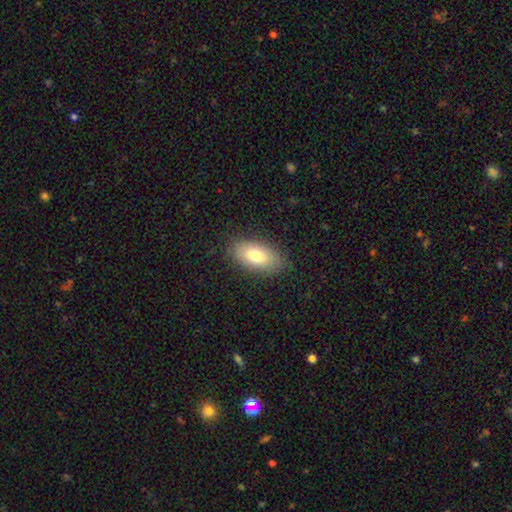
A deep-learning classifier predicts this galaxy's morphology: smooth_or_featured: smooth (p=0.76) [alt: featured or disk p=0.17]
how_rounded: in between (p=0.90) [alt: cigar-shaped p=0.05]
merging: none (p=0.85) [alt: minor disturbance p=0.11]